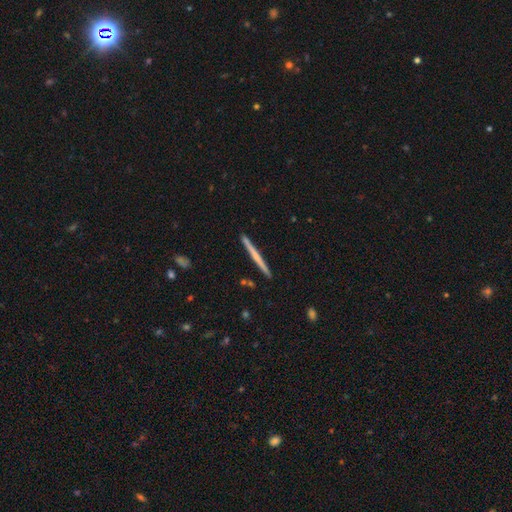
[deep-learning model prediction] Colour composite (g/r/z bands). It shows a featured or disk galaxy (53%) viewed edge-on (98%) with no central bulge (72%). Merging: none (92%).